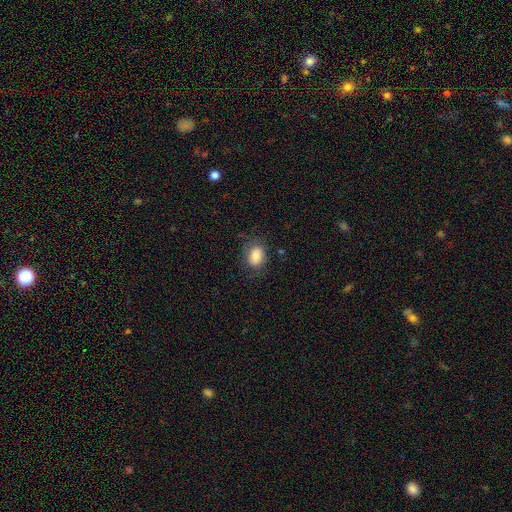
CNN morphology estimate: This appears to be a smooth galaxy with no disk features (84%) that is in between round and cigar-shaped (75%). Merging: none (73%).